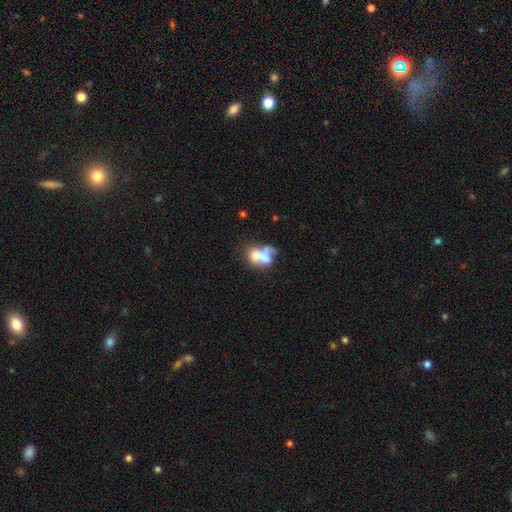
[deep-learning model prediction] This is possibly a smooth galaxy (52%). How rounded: likely in between (68%). Merging: possibly merger (57%).